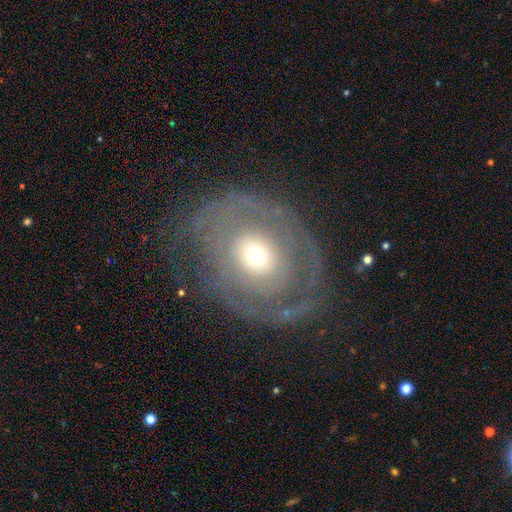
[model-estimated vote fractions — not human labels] Smooth or featured?
  - featured or disk: 68% *
  - smooth: 25%
  - star or artifact: 7%
Edge-on disk?
  - no: 95% *
  - yes: 5%
Bar?
  - no: 86% *
  - weak: 10%
  - strong: 4%
Spiral arms?
  - yes: 51% *
  - no: 49%
Bulge size?
  - small: 46% *
  - moderate: 43%
  - large: 8%
  - dominant: 2%
  - none: 1%
Merging?
  - none: 68% *
  - minor disturbance: 17%
  - major disturbance: 13%
  - merger: 2%